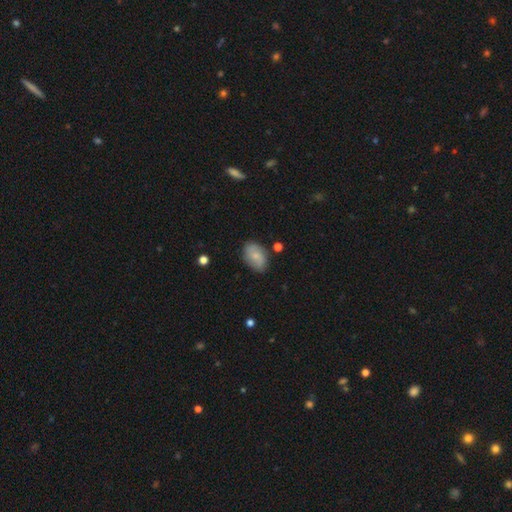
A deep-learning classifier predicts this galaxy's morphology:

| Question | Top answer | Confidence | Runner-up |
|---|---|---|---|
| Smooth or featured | smooth | 67% | featured or disk (26%) |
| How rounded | in between | 87% | round (12%) |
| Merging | none | 78% | minor disturbance (16%) |